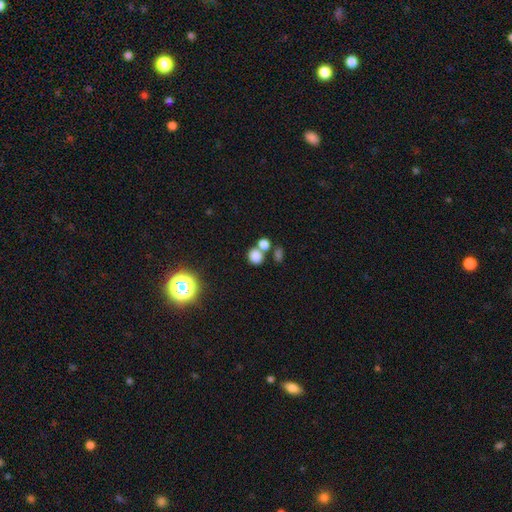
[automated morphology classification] Smooth or featured?
  - smooth: 80% *
  - star or artifact: 14%
  - featured or disk: 6%
How rounded?
  - round: 74% *
  - in between: 25%
  - cigar-shaped: 1%
Merging?
  - none: 52% *
  - merger: 35%
  - minor disturbance: 9%
  - major disturbance: 4%